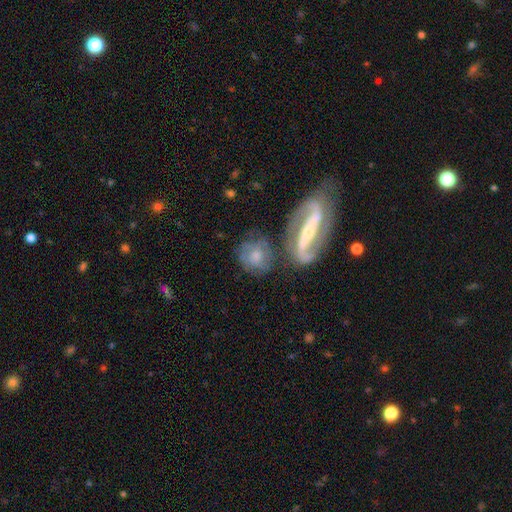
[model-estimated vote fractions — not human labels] Morphology: type=featured or disk (48%); merging=none (54%).